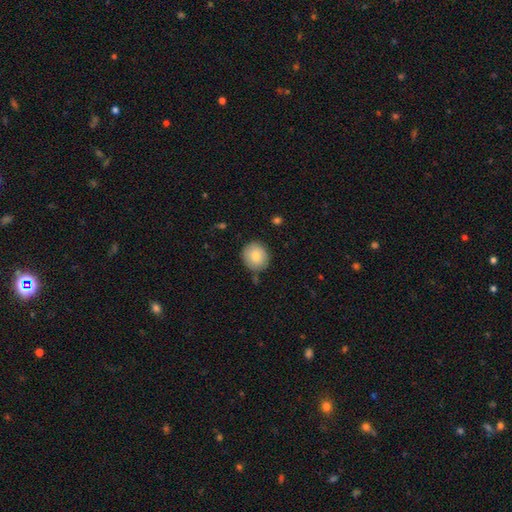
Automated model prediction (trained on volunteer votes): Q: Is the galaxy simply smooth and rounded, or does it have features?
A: smooth — 81%.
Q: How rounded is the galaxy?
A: round — 88%.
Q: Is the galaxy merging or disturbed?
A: none — 81%.